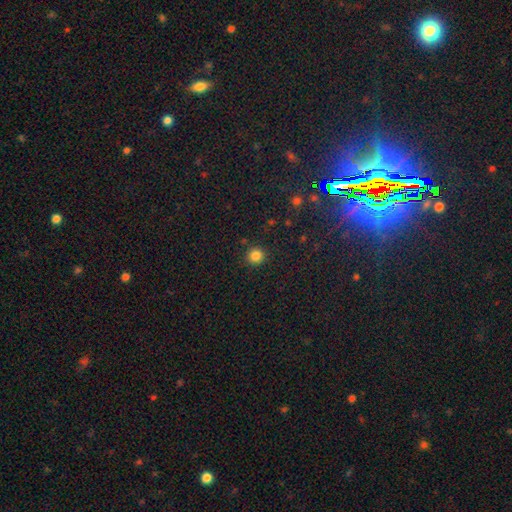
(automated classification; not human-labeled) smooth_or_featured: smooth (p=0.83) [alt: star or artifact p=0.13]
how_rounded: round (p=0.94) [alt: in between p=0.05]
merging: none (p=0.90) [alt: minor disturbance p=0.06]